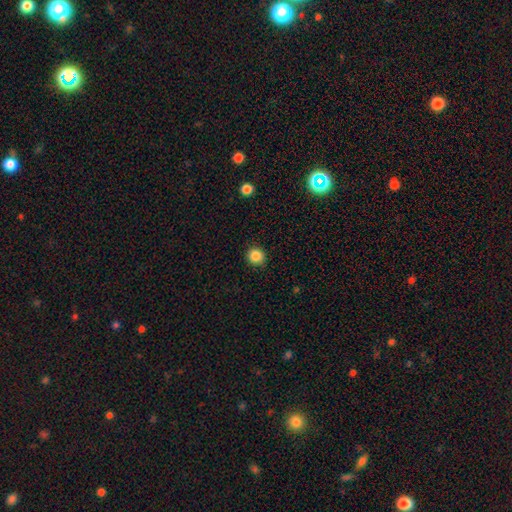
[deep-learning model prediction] Smooth or featured? Predicted: smooth (p=0.86). How rounded? Predicted: round (p=0.91). Merging? Predicted: none (p=0.92).